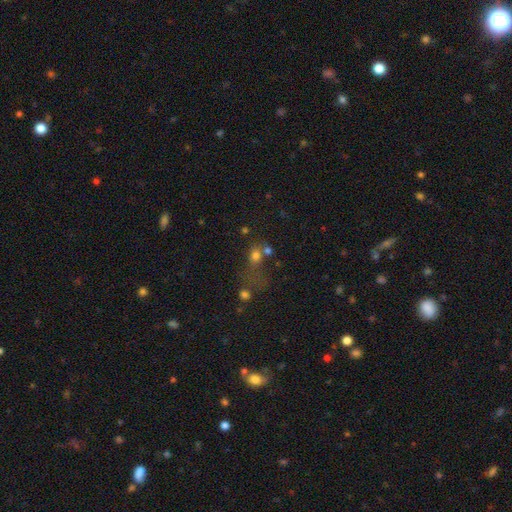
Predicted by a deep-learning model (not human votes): Smooth or featured: smooth — 70% (star or artifact — 19%)
How rounded: round — 60% (in between — 38%)
Merging: none — 35% (tied with merger — 35%)